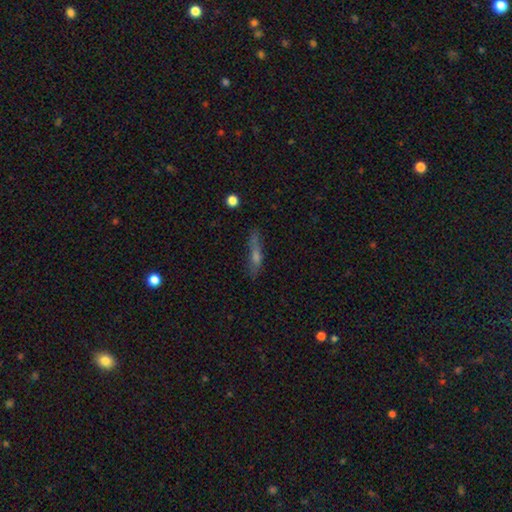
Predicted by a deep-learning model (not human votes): Morphology: type=smooth (44%); merging=none (69%).